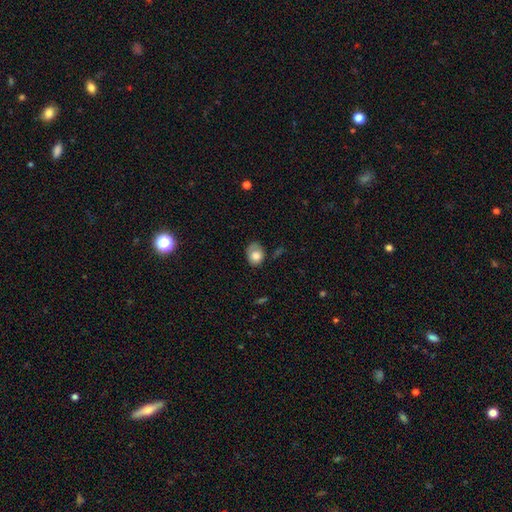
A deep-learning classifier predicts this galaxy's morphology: Q: Smooth or featured?
A: smooth (79%); runner-up: featured or disk (13%)
Q: How rounded?
A: in between (51%); runner-up: round (48%)
Q: Merging?
A: none (52%); runner-up: minor disturbance (33%)